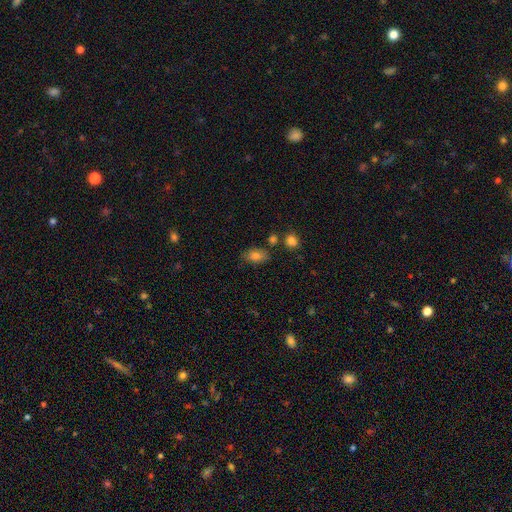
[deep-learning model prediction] Q: Smooth or featured?
A: smooth (81%); runner-up: star or artifact (10%)
Q: How rounded?
A: in between (83%); runner-up: round (14%)
Q: Merging?
A: none (74%); runner-up: minor disturbance (15%)